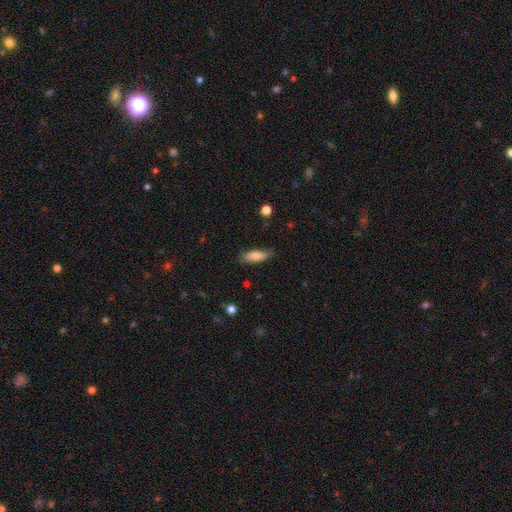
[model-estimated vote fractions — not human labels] Morphology: type=smooth (81%); roundness=in between (61%); merging=none (80%).